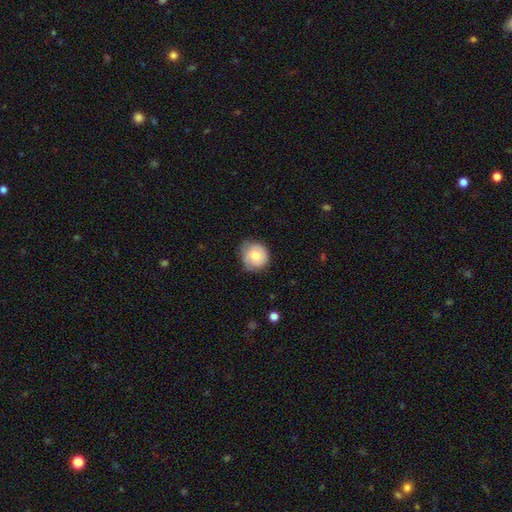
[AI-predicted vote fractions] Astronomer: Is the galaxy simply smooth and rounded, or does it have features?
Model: smooth — 71%.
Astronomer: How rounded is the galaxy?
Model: round — 89%.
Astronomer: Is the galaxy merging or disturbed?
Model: none — 72%.